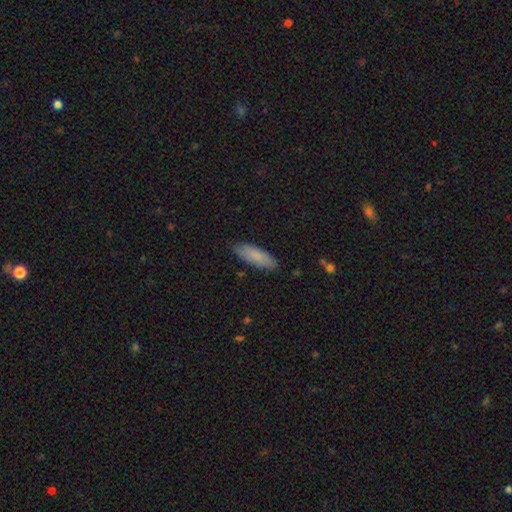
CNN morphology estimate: This appears to be a smooth galaxy with no disk features (85%) that is in between round and cigar-shaped (59%). Merging: none (86%).